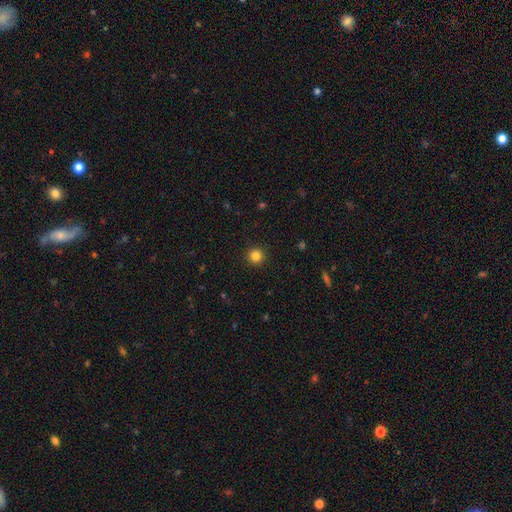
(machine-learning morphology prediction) type=smooth (84%); roundness=round (95%); merging=none (92%).